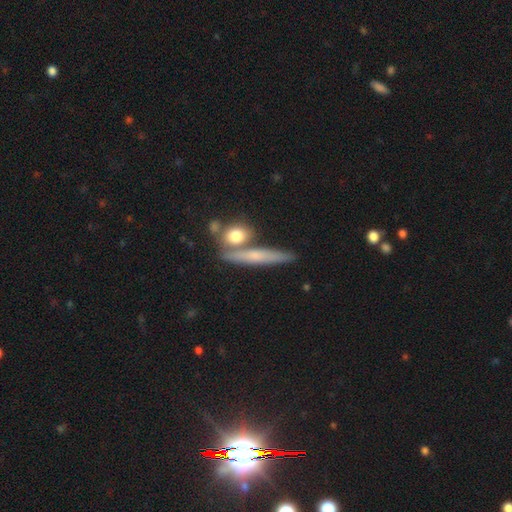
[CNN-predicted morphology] Smooth or featured: smooth — 53% (featured or disk — 39%)
How rounded: cigar-shaped — 75% (in between — 13%)
Merging: none — 68% (merger — 17%)